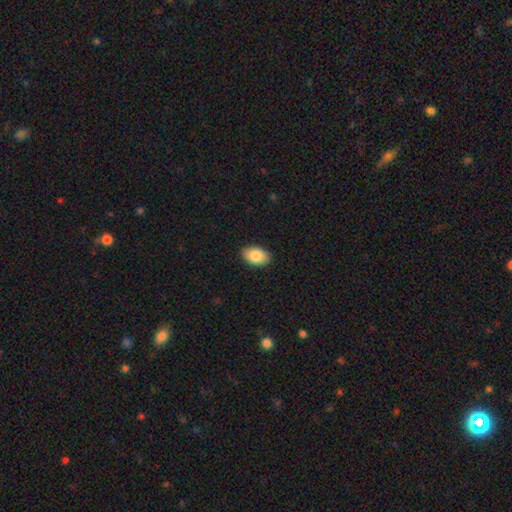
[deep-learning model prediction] This appears to be a smooth galaxy with no disk features (87%) that is in between round and cigar-shaped (91%). Merging: none (89%).